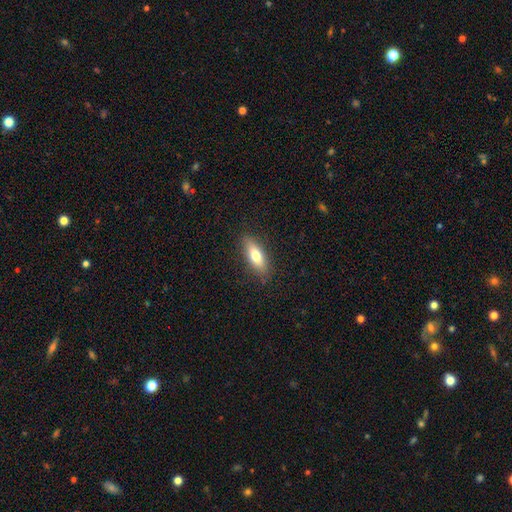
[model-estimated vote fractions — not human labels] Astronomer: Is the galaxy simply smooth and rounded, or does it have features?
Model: smooth — 70%.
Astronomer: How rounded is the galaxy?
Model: in between — 63%.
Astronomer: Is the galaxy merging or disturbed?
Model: none — 86%.